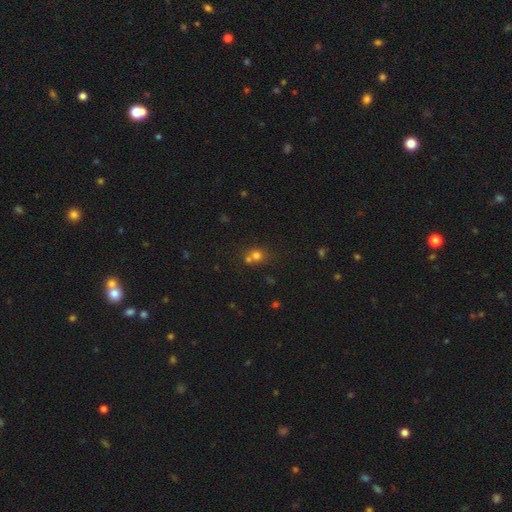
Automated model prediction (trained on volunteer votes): Smooth or featured: smooth — 69% (star or artifact — 20%)
How rounded: round — 79% (in between — 20%)
Merging: none — 45% (merger — 43%)